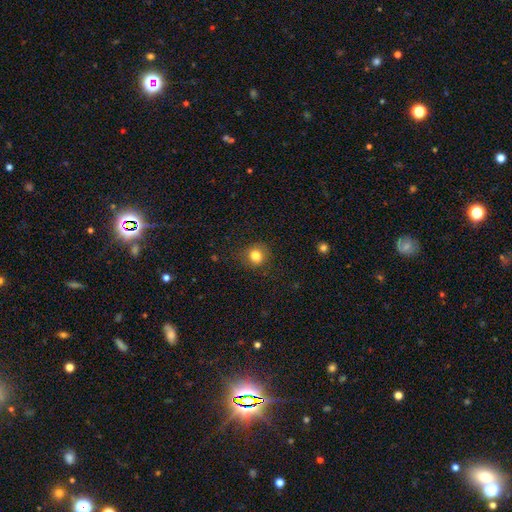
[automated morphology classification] A smooth galaxy with no disk features (82%) that is round (84%).

Vote fractions:
- Smooth or featured? smooth: 82% / star or artifact: 11% / featured or disk: 7%
- How rounded? round: 84% / in between: 15% / cigar-shaped: 1%
- Merging? none: 83% / minor disturbance: 12% / major disturbance: 4% / merger: 1%